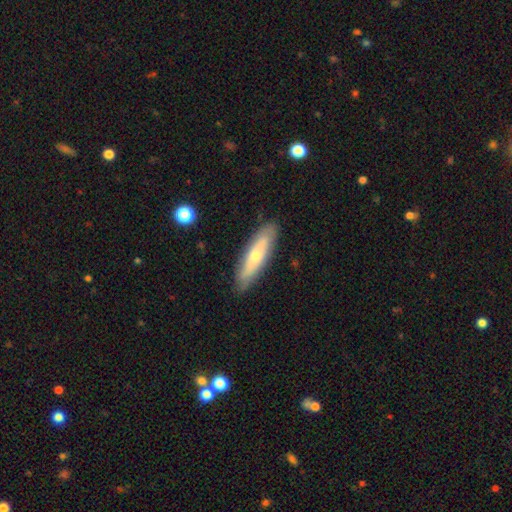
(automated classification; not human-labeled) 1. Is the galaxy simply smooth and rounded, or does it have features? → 49% smooth, 45% featured or disk, 6% star or artifact.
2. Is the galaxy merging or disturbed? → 86% none, 10% minor disturbance, 2% major disturbance, 1% merger.